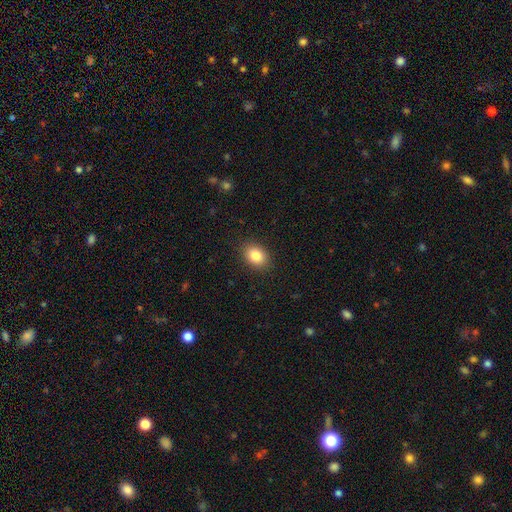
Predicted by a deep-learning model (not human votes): smooth-or-featured: smooth: 85% | star or artifact: 9% | featured or disk: 6%
  how-rounded: in between: 69% | round: 30% | cigar-shaped: 1%
  merging: none: 88% | minor disturbance: 8% | major disturbance: 2% | merger: 1%